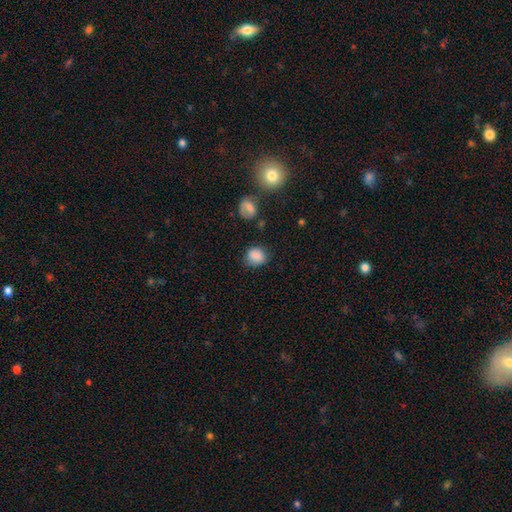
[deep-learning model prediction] A smooth galaxy with no disk features (85%) that is round (63%).

Vote fractions:
- Smooth or featured? smooth: 85% / star or artifact: 9% / featured or disk: 6%
- How rounded? round: 63% / in between: 36% / cigar-shaped: 1%
- Merging? none: 70% / minor disturbance: 21% / major disturbance: 5% / merger: 3%